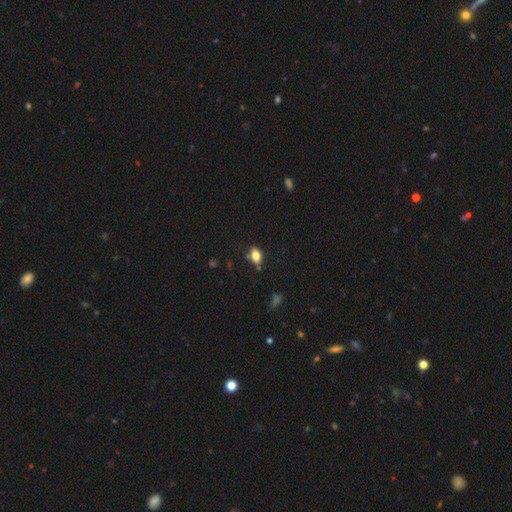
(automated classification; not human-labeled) A smooth galaxy with no disk features (72%) that is in between round and cigar-shaped (80%). Merging: none (72%).